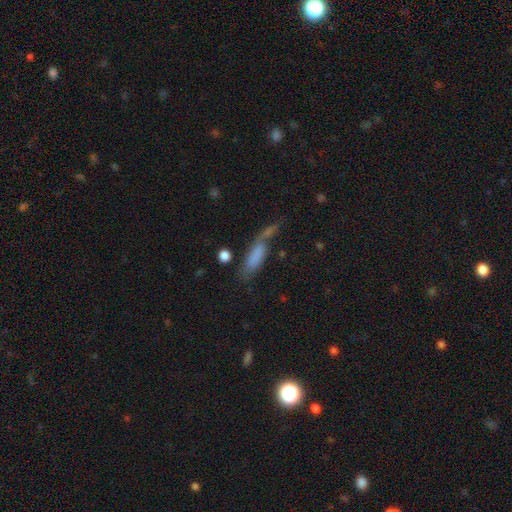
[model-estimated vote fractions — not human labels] Smooth or featured? smooth (70%)
How rounded? cigar-shaped (51%)
Merging? none (38%)